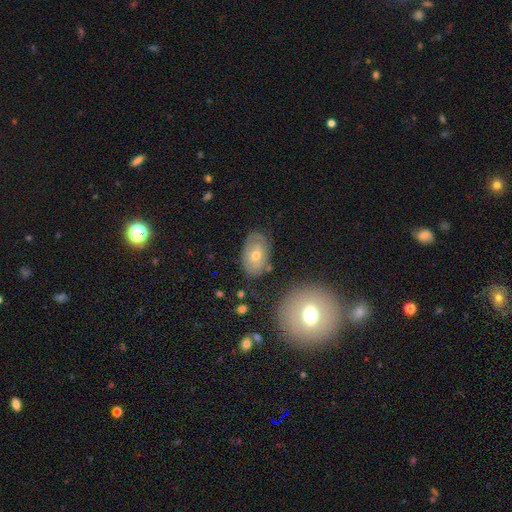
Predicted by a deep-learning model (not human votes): Smooth or featured? featured or disk (55%)
Edge-on disk? no (93%)
Bar? no (79%)
Spiral arms? yes (62%)
Bulge size? moderate (56%)
Merging? none (71%)